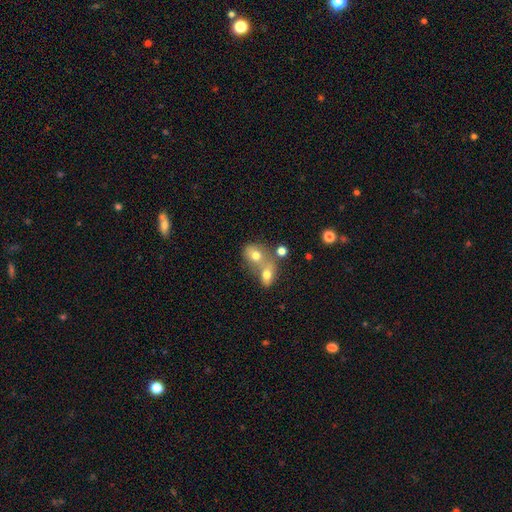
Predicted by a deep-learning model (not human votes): The model was most divided on "how rounded": in between: 55%, round: 44%, cigar-shaped: 1%. More confident: smooth or featured — smooth (71%); merging — merger (58%).